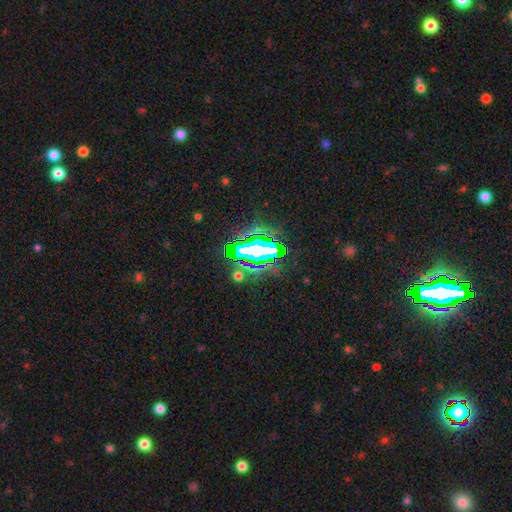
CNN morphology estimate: This is likely a star or artifact rather than a galaxy (69%).